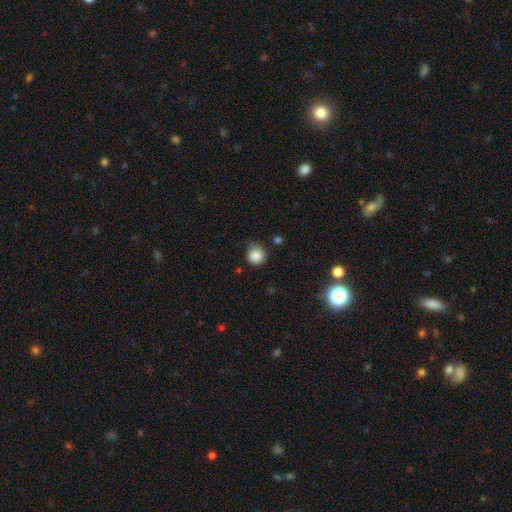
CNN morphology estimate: Smooth or featured? Predicted: smooth (p=0.86). How rounded? Predicted: round (p=0.91). Merging? Predicted: none (p=0.70).